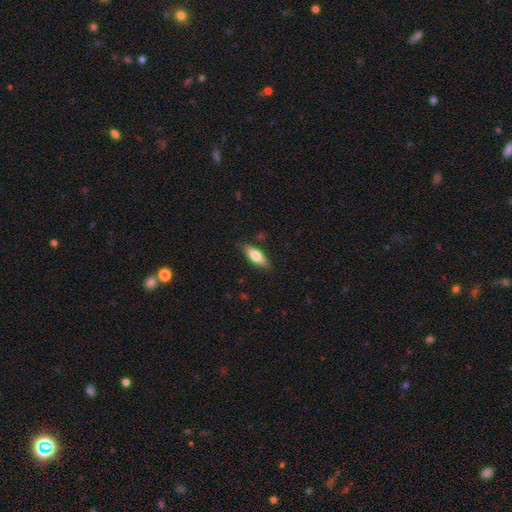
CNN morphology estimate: smooth-or-featured: smooth: 65% | featured or disk: 29% | star or artifact: 6%
  how-rounded: in between: 58% | cigar-shaped: 39% | round: 2%
  merging: none: 83% | minor disturbance: 12% | major disturbance: 3% | merger: 2%